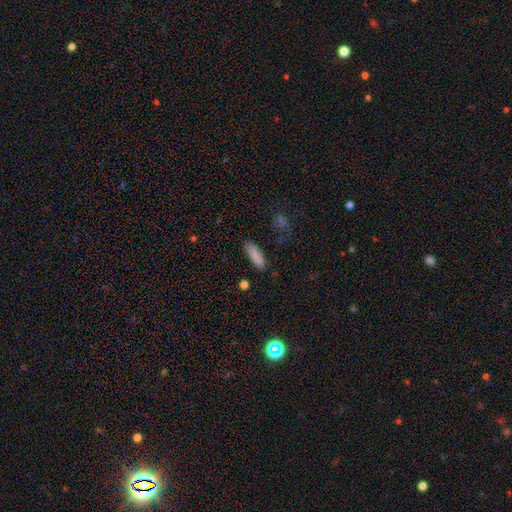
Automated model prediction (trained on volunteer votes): Smooth or featured? Predicted: smooth (p=0.86). How rounded? Predicted: in between (p=0.55). Merging? Predicted: none (p=0.82).